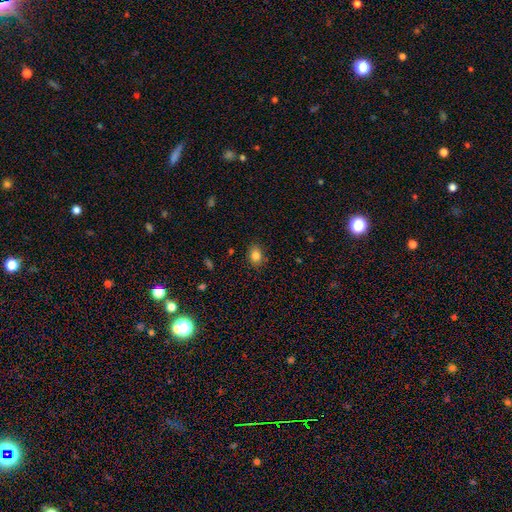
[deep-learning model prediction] smooth_or_featured: smooth (p=0.83) [alt: star or artifact p=0.10]
how_rounded: in between (p=0.64) [alt: round p=0.35]
merging: none (p=0.86) [alt: minor disturbance p=0.10]